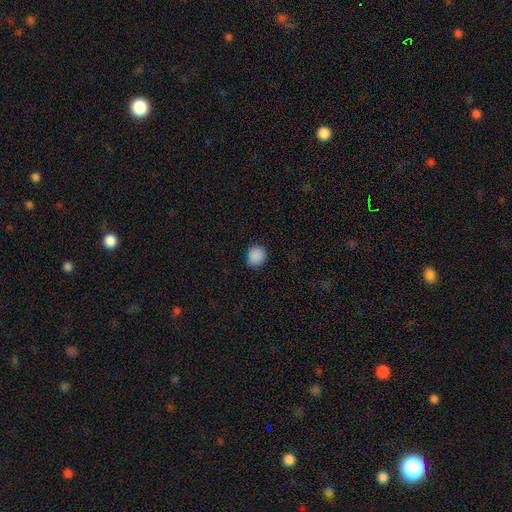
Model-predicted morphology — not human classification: Smooth or featured?
  - smooth: 88% *
  - star or artifact: 9%
  - featured or disk: 3%
How rounded?
  - round: 73% *
  - in between: 26%
  - cigar-shaped: 1%
Merging?
  - none: 85% *
  - minor disturbance: 11%
  - major disturbance: 2%
  - merger: 1%